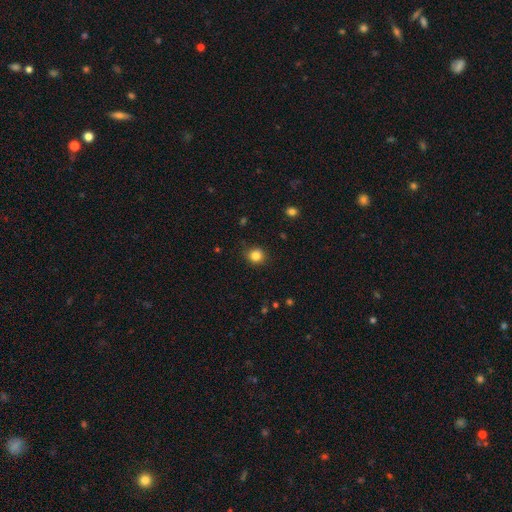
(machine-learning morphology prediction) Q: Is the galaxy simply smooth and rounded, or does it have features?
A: smooth — 84%.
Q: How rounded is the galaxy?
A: round — 88%.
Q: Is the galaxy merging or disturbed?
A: none — 87%.